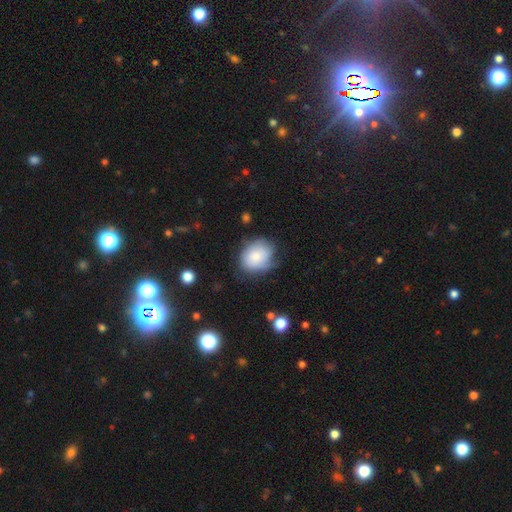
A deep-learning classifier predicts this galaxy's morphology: This is likely a smooth galaxy (75%). How rounded: possibly round (52%). Merging: possibly none (56%).